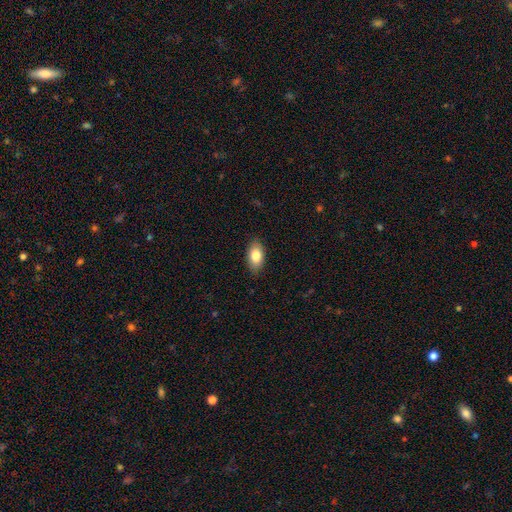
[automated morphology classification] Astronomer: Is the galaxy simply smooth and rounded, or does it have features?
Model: smooth — 83%.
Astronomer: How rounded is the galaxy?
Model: in between — 92%.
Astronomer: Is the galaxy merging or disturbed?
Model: none — 87%.